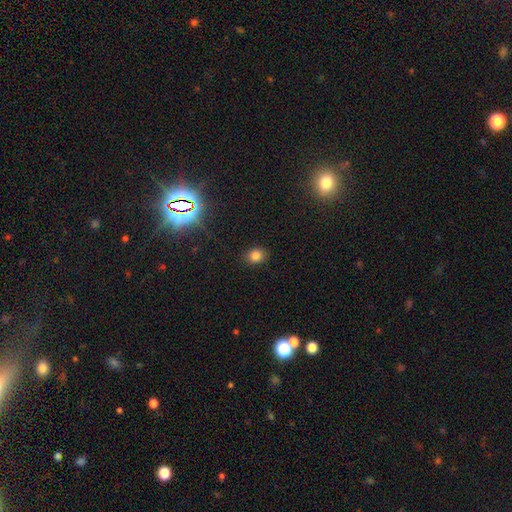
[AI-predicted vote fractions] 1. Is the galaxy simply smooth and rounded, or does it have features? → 80% smooth, 15% star or artifact, 6% featured or disk.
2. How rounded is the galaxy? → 53% round, 46% in between, 1% cigar-shaped.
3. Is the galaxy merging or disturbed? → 87% none, 9% minor disturbance, 2% major disturbance, 1% merger.